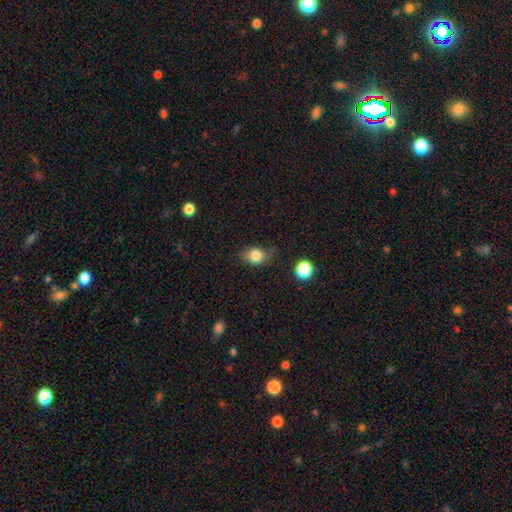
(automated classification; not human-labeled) Q: Smooth or featured?
A: smooth (81%); runner-up: star or artifact (10%)
Q: How rounded?
A: in between (61%); runner-up: round (37%)
Q: Merging?
A: none (68%); runner-up: minor disturbance (24%)